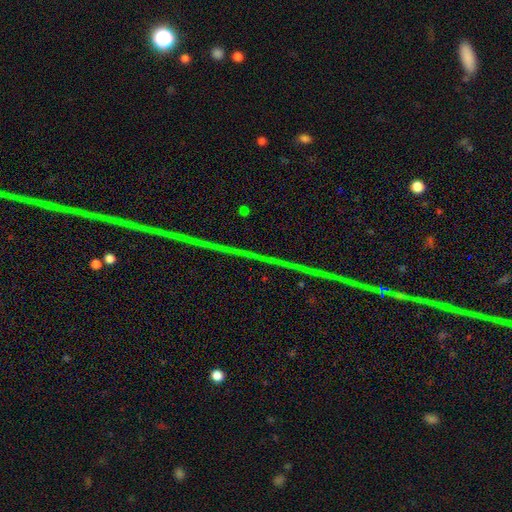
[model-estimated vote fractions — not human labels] Smooth or featured?
  - star or artifact: 84% *
  - featured or disk: 11%
  - smooth: 6%